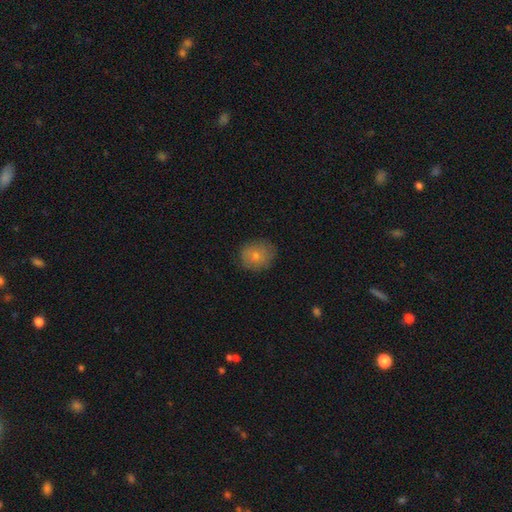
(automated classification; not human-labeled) Q: Smooth or featured?
A: smooth (76%); runner-up: featured or disk (15%)
Q: How rounded?
A: round (69%); runner-up: in between (30%)
Q: Merging?
A: none (79%); runner-up: minor disturbance (16%)